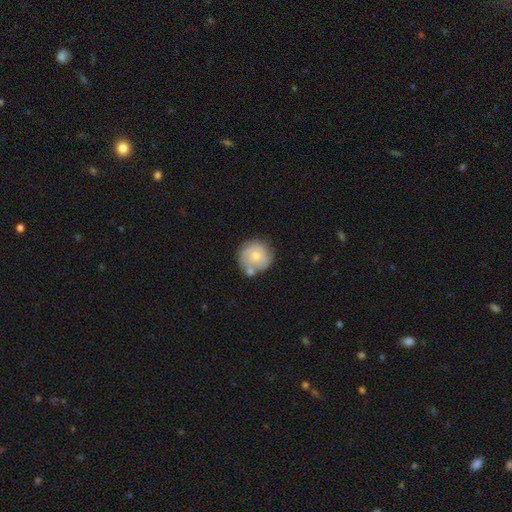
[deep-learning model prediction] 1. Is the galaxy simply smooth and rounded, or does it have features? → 50% smooth, 43% featured or disk, 6% star or artifact.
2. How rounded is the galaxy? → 92% round, 7% in between, 1% cigar-shaped.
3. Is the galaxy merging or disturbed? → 59% none, 18% minor disturbance, 17% merger, 6% major disturbance.